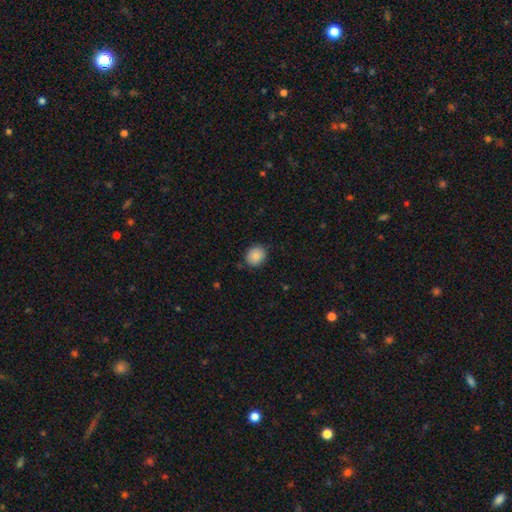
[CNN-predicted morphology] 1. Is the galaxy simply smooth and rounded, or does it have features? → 88% smooth, 8% star or artifact, 4% featured or disk.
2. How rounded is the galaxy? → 68% round, 32% in between, 1% cigar-shaped.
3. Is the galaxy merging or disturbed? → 84% none, 13% minor disturbance, 3% major disturbance, 1% merger.